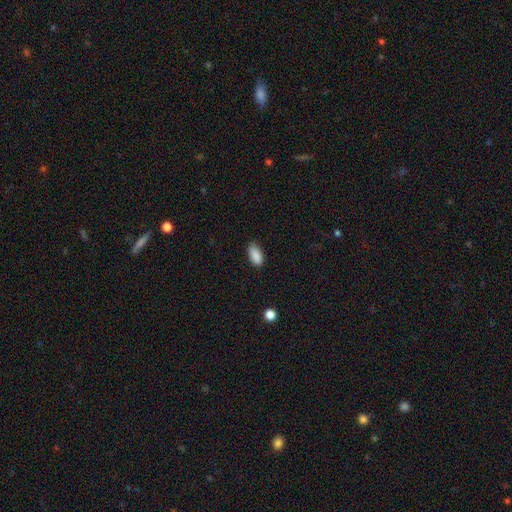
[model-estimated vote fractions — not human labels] smooth 89%, star or artifact 7%, featured or disk 4%. Down the decision tree: how rounded — in between (90%); merging — none (82%).